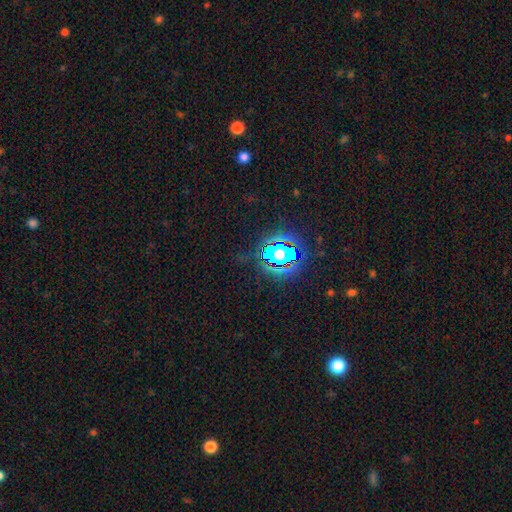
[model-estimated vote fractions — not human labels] This is likely a star or artifact rather than a galaxy (79%).